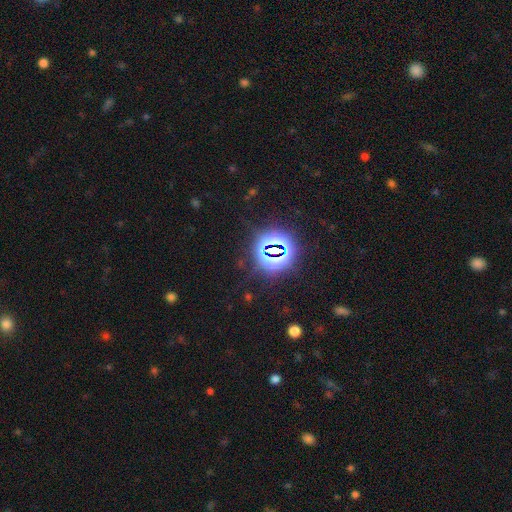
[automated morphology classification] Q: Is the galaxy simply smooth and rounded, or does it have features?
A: star or artifact — 82%.